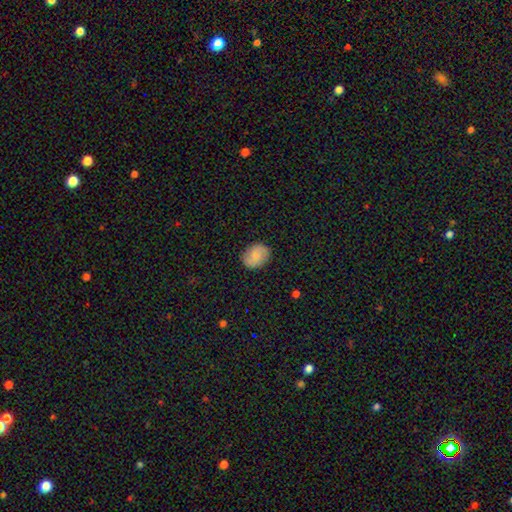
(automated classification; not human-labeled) The model was most divided on "how rounded": in between: 54%, round: 45%, cigar-shaped: 1%. More confident: merging — none (84%); smooth or featured — smooth (79%).